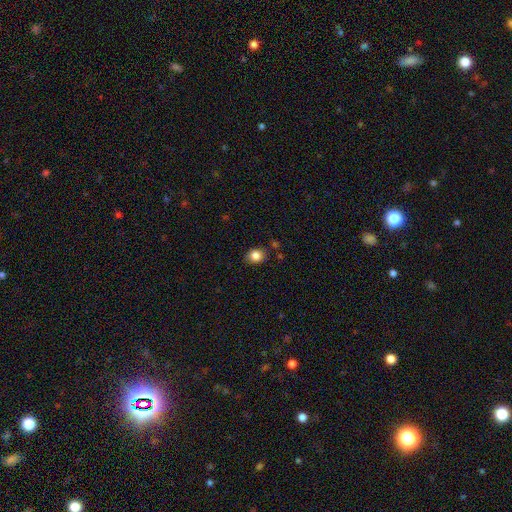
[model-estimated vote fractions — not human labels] A smooth galaxy with no disk features (85%) that is round (61%). Merging: none (83%).